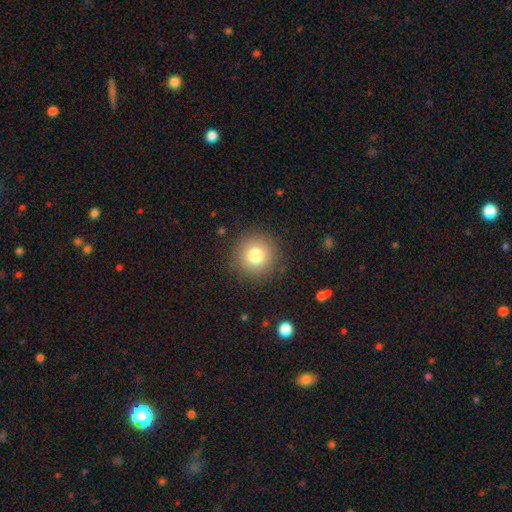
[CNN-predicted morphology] smooth-or-featured: smooth: 77% | star or artifact: 14% | featured or disk: 9%
  how-rounded: round: 96% | in between: 3% | cigar-shaped: 1%
  merging: none: 92% | minor disturbance: 5% | major disturbance: 2% | merger: 1%